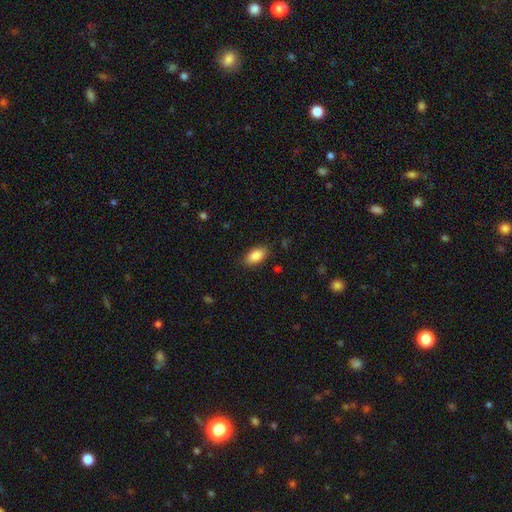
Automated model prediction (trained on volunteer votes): Smooth or featured: smooth — 88% (star or artifact — 7%)
How rounded: in between — 93% (round — 4%)
Merging: none — 85% (minor disturbance — 11%)